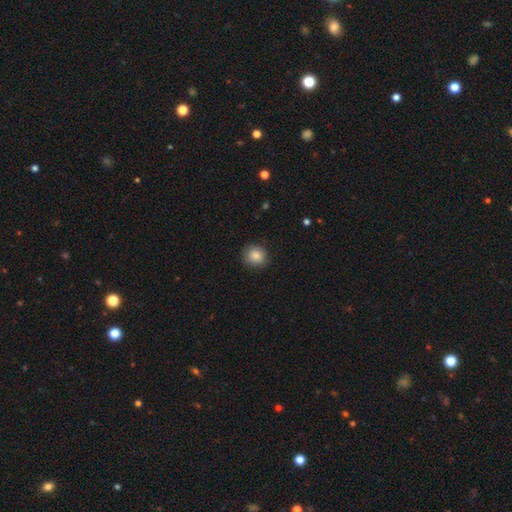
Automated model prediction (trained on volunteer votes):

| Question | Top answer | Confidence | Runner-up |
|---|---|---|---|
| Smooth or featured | smooth | 85% | star or artifact (9%) |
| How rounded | round | 85% | in between (14%) |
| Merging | none | 84% | minor disturbance (12%) |